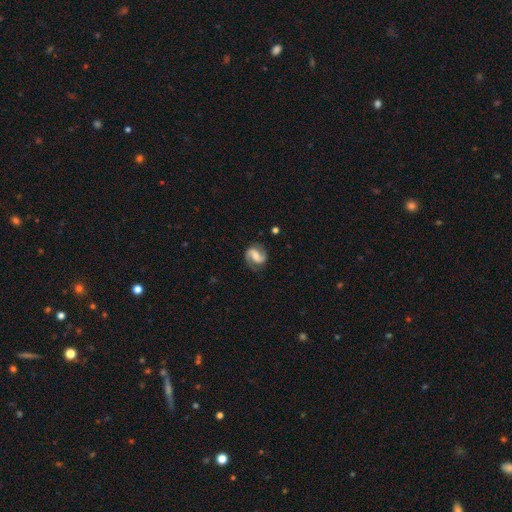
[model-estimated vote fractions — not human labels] Q: Smooth or featured?
A: featured or disk (87%); runner-up: smooth (8%)
Q: Edge-on disk?
A: no (98%); runner-up: yes (2%)
Q: Bar?
A: weak (45%); runner-up: no (30%)
Q: Spiral arms?
A: yes (97%); runner-up: no (3%)
Q: Spiral winding?
A: medium (55%); runner-up: tight (23%)
Q: Spiral arm count?
A: 2 (93%); runner-up: can't tell (2%)
Q: Bulge size?
A: moderate (56%); runner-up: small (30%)
Q: Merging?
A: none (84%); runner-up: minor disturbance (11%)